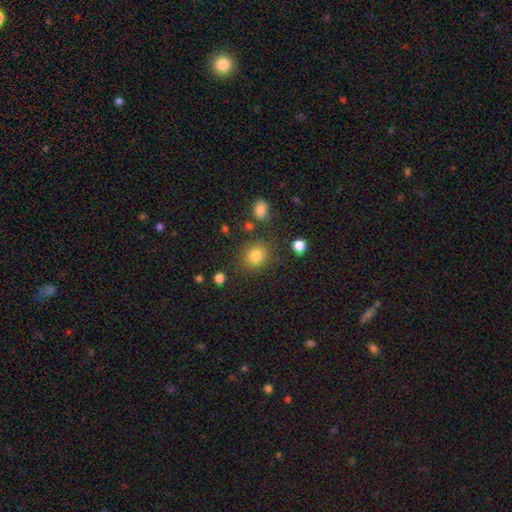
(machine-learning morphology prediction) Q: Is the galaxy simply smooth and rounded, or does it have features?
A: smooth — 82%.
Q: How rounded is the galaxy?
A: round — 78%.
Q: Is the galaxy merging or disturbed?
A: none — 81%.